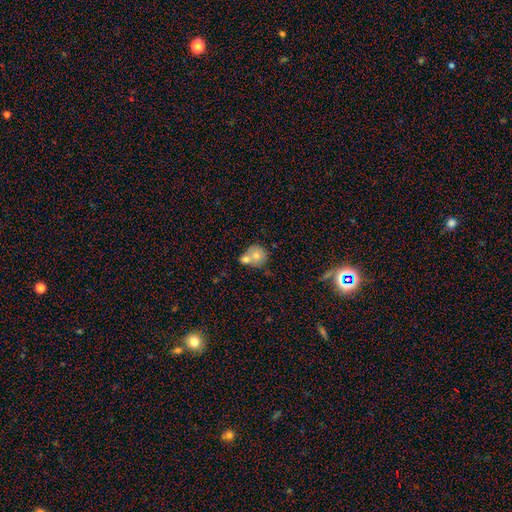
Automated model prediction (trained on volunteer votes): Smooth or featured?
  - smooth: 68% *
  - featured or disk: 23%
  - star or artifact: 9%
How rounded?
  - round: 81% *
  - in between: 18%
  - cigar-shaped: 1%
Merging?
  - merger: 56% *
  - none: 31%
  - minor disturbance: 9%
  - major disturbance: 3%